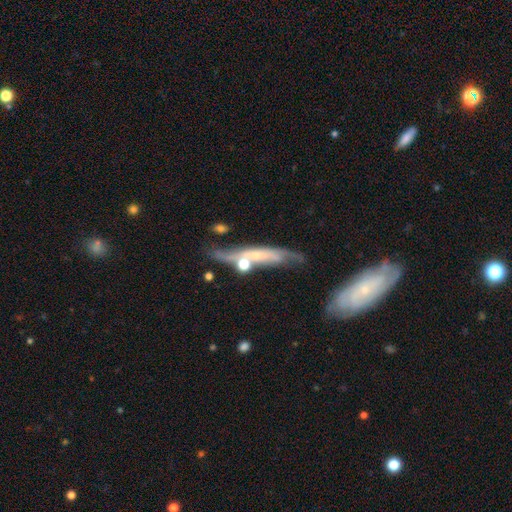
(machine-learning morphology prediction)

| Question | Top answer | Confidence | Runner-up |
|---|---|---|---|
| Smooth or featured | featured or disk | 64% | smooth (28%) |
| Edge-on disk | yes | 62% | no (38%) |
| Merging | none | 52% | minor disturbance (22%) |